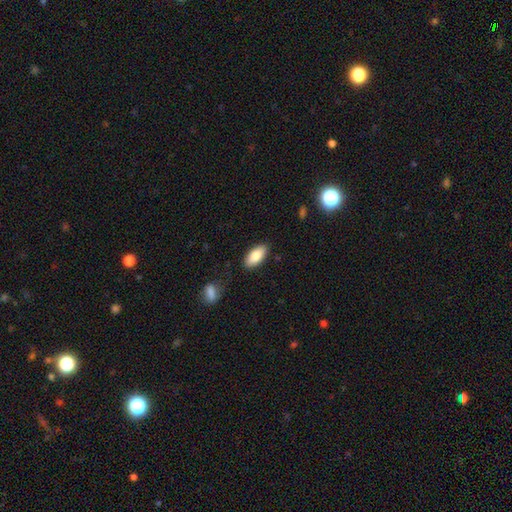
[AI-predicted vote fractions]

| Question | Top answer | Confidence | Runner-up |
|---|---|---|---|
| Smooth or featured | smooth | 84% | featured or disk (10%) |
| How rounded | in between | 88% | cigar-shaped (9%) |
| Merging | none | 85% | minor disturbance (11%) |